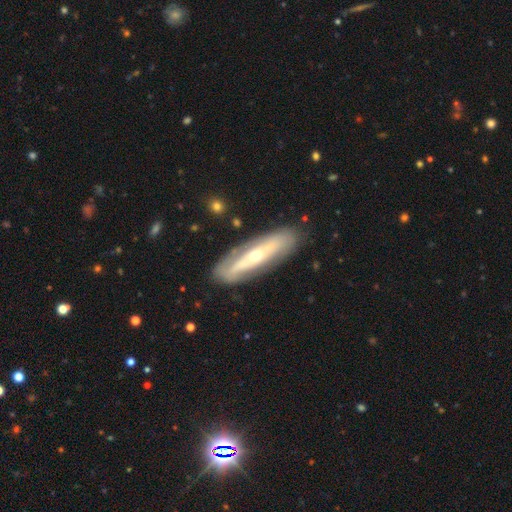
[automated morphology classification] smooth-or-featured: featured or disk: 69% | smooth: 25% | star or artifact: 6%
  disk-edge-on: no: 66% | yes: 34%
  merging: none: 80% | minor disturbance: 13% | major disturbance: 5% | merger: 2%